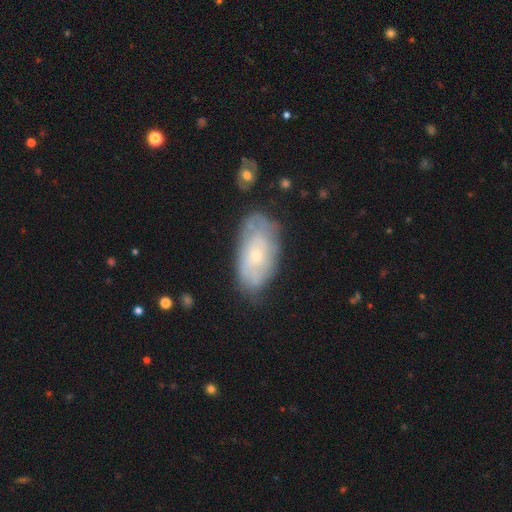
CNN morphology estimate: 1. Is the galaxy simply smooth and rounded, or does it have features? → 52% featured or disk, 41% smooth, 7% star or artifact.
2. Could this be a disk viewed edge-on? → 91% no, 9% yes.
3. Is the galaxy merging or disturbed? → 66% none, 24% minor disturbance, 7% major disturbance, 3% merger.